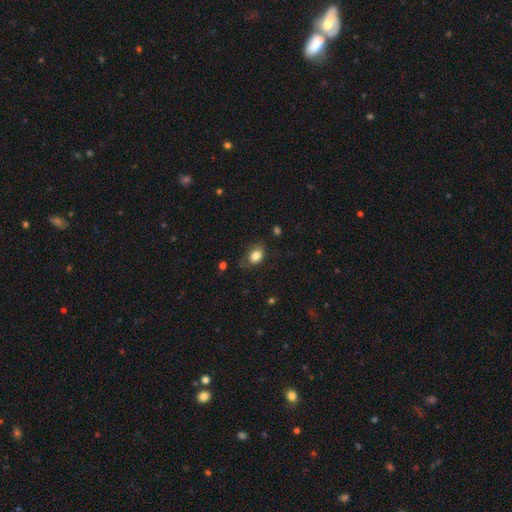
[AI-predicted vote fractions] Smooth or featured? smooth (82%)
How rounded? in between (74%)
Merging? none (66%)